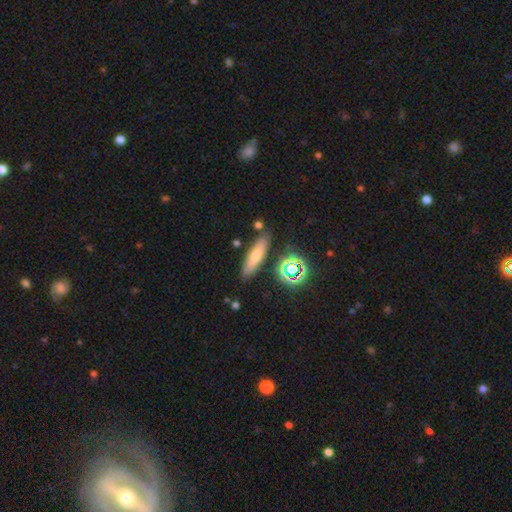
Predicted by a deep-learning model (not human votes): This is likely a smooth galaxy (64%). How rounded: likely cigar-shaped (65%). Merging: clearly none (83%).